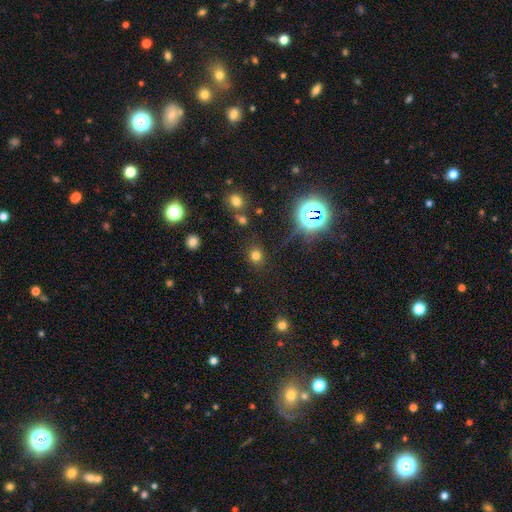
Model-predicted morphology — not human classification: Smooth or featured? smooth (71%)
How rounded? round (84%)
Merging? none (84%)